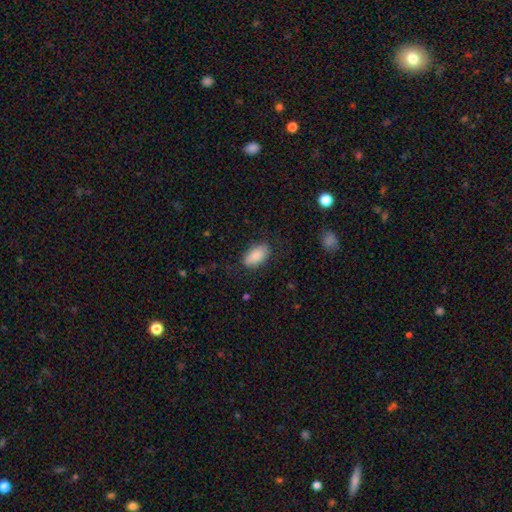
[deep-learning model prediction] Smooth or featured: smooth — 86% (featured or disk — 8%)
How rounded: in between — 93% (round — 4%)
Merging: none — 81% (minor disturbance — 14%)